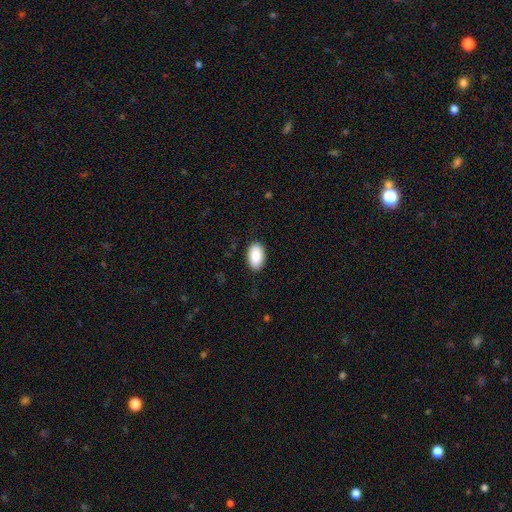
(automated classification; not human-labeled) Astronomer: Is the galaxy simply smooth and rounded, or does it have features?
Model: smooth — 89%.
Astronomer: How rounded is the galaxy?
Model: in between — 95%.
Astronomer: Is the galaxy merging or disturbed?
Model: none — 87%.